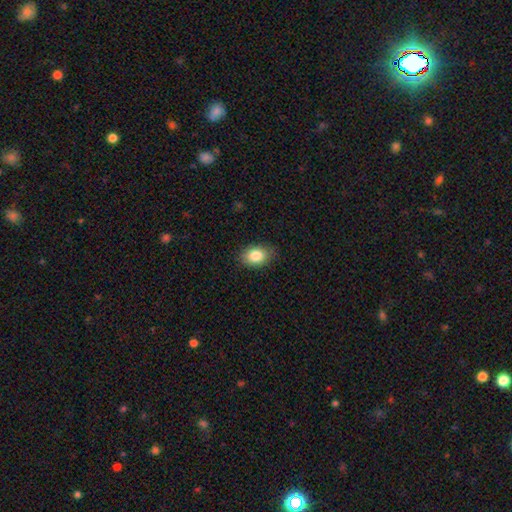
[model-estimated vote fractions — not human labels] smooth-or-featured: smooth: 84% | star or artifact: 8% | featured or disk: 8%
  how-rounded: in between: 76% | round: 23% | cigar-shaped: 1%
  merging: none: 85% | minor disturbance: 12% | major disturbance: 2% | merger: 1%